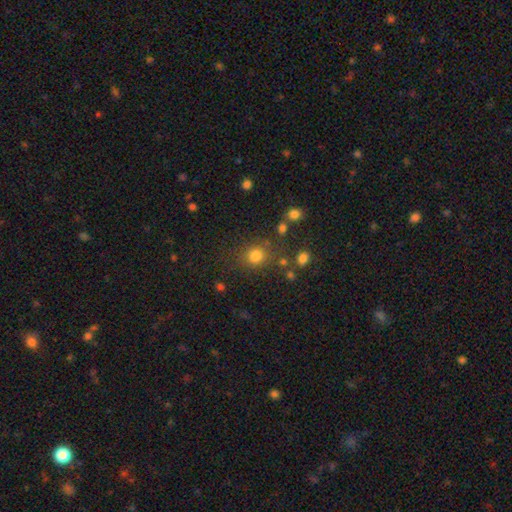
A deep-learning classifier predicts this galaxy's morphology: The model was most divided on "merging": none: 75%, minor disturbance: 11%, merger: 8%, major disturbance: 6%. More confident: how rounded — round (85%); smooth or featured — smooth (80%).